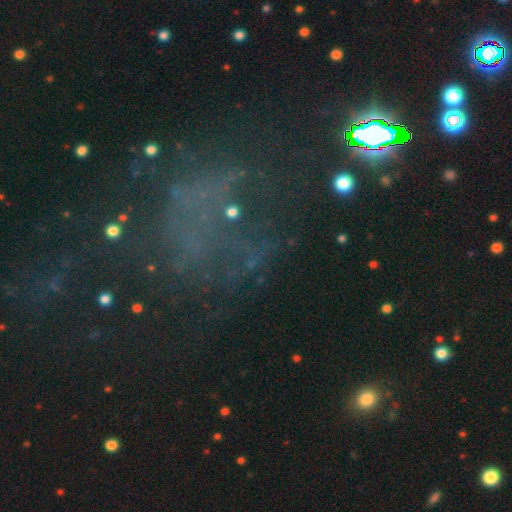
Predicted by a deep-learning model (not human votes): Overall: star or artifact (51%; featured or disk 27%).